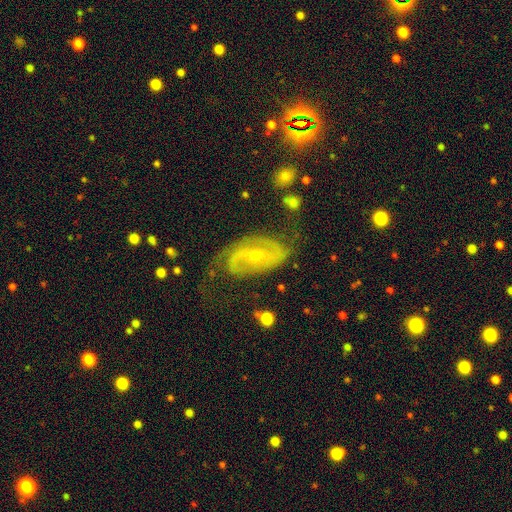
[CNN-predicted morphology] This appears to be a featured or disk galaxy (85%) with a weak bar (38%), 2 (80%) medium (47%) spiral arms (94%) and a small central bulge (64%). Merging: none (58%).